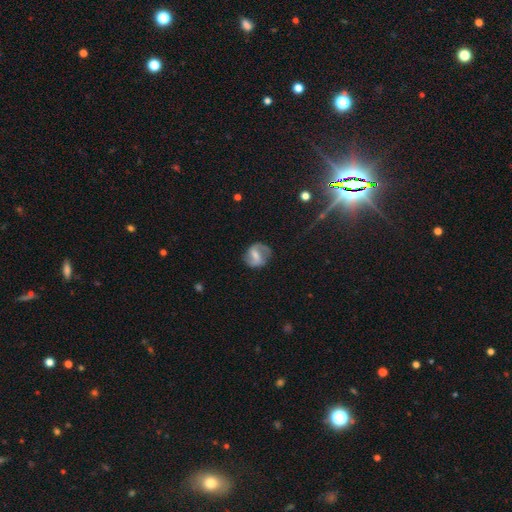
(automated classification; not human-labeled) This is likely a featured or disk galaxy (72%). It is clearly not viewed edge-on (97%). Bar: marginally strong (45%). Spiral arm pattern: clearly yes (87%). Spiral arm count: clearly 2 (88%). Spiral winding: marginally medium (44%). Central bulge: marginally moderate (41%, tied with small). Merging: likely none (78%).